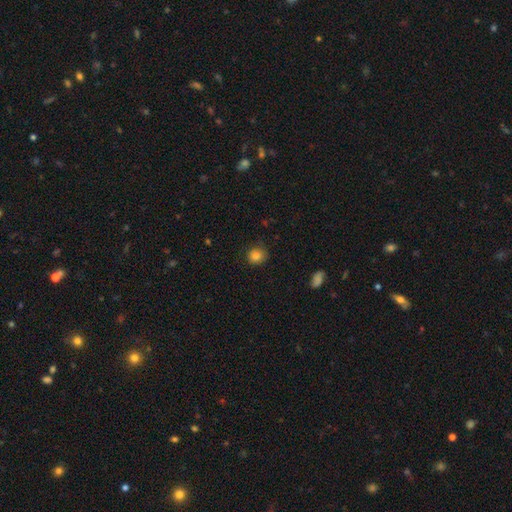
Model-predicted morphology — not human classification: This is clearly a smooth galaxy (84%). How rounded: clearly round (86%). Merging: likely none (80%).